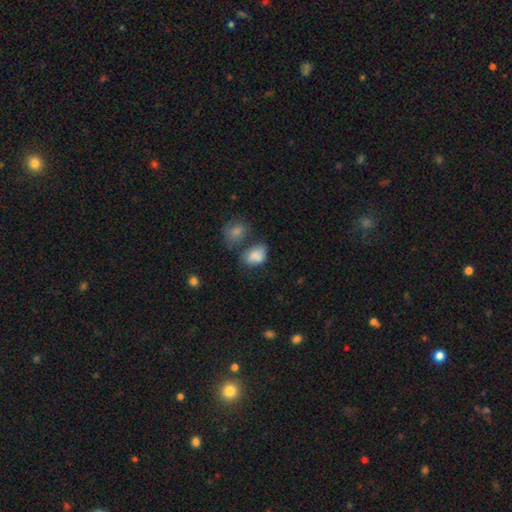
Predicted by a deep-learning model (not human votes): smooth-or-featured: smooth: 81% | featured or disk: 10% | star or artifact: 10%
  how-rounded: in between: 80% | round: 19% | cigar-shaped: 1%
  merging: none: 37% | merger: 26% | minor disturbance: 25% | major disturbance: 12%